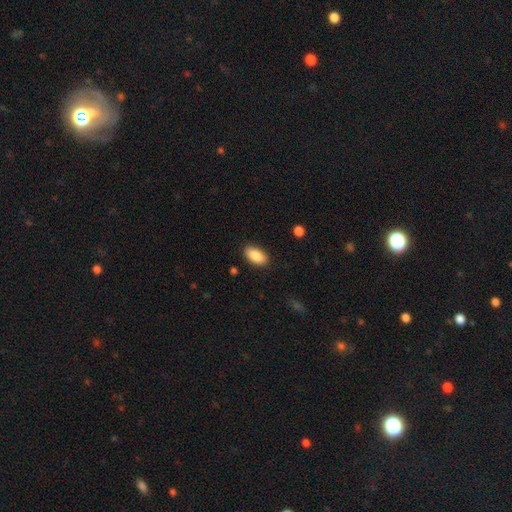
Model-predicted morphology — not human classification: Smooth or featured? smooth (88%)
How rounded? in between (93%)
Merging? none (87%)